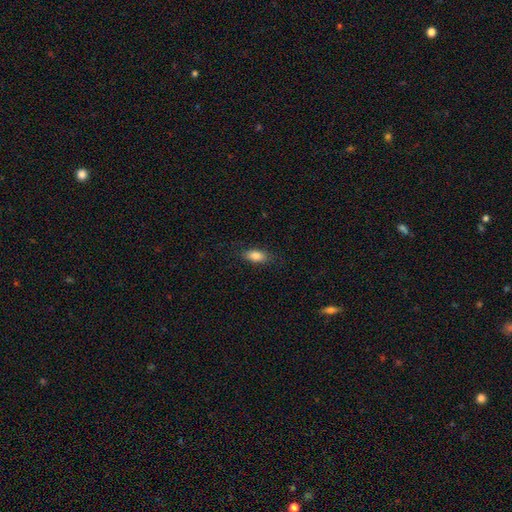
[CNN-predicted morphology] This is clearly a smooth galaxy (83%). How rounded: clearly in between (85%). Merging: clearly none (82%).